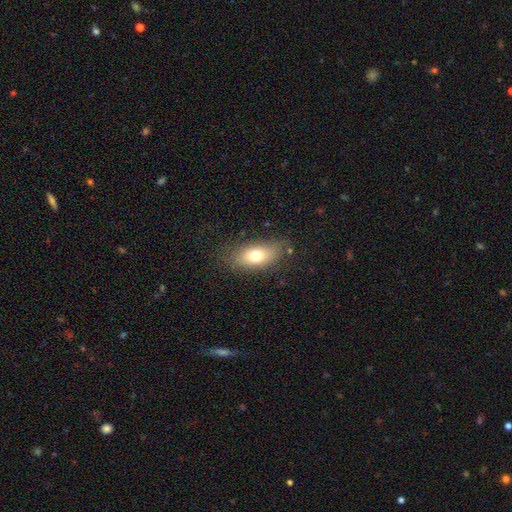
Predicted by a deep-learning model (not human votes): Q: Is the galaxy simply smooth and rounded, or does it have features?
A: smooth — 72%.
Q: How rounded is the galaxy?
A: in between — 83%.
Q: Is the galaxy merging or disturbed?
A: none — 77%.